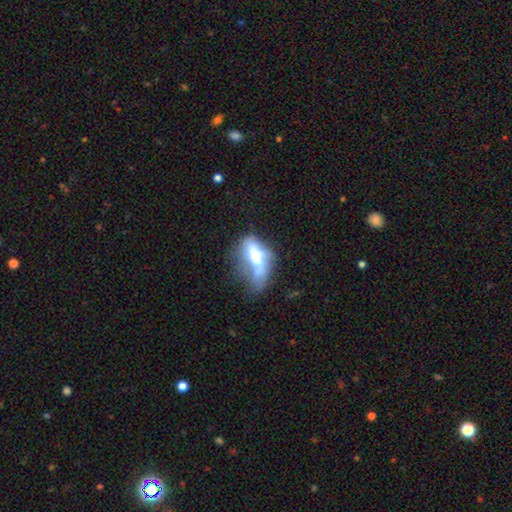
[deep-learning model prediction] A smooth galaxy with no disk features (46%).

Vote fractions:
- Smooth or featured? smooth: 46% / featured or disk: 44% / star or artifact: 10%
- Merging? major disturbance: 36% / none: 25% / minor disturbance: 23% / merger: 16%